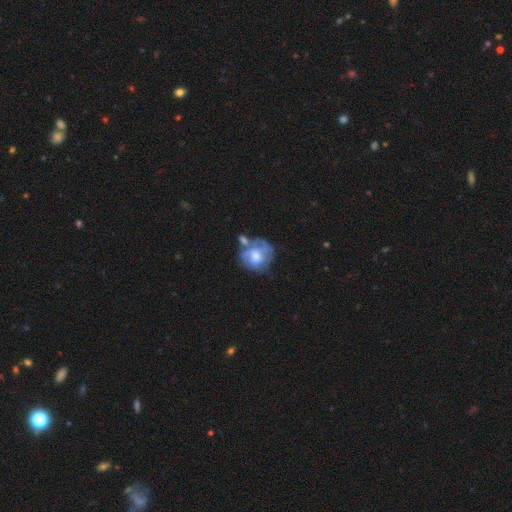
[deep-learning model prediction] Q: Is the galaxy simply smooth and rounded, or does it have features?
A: featured or disk — 67%.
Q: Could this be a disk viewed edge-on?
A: no — 97%.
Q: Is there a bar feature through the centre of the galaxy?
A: no — 68%.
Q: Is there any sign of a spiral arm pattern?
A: yes — 79%.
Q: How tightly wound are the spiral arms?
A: tight — 52%.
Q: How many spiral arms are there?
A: can't tell — 38%.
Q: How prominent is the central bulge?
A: moderate — 58%.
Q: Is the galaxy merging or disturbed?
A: none — 43%.